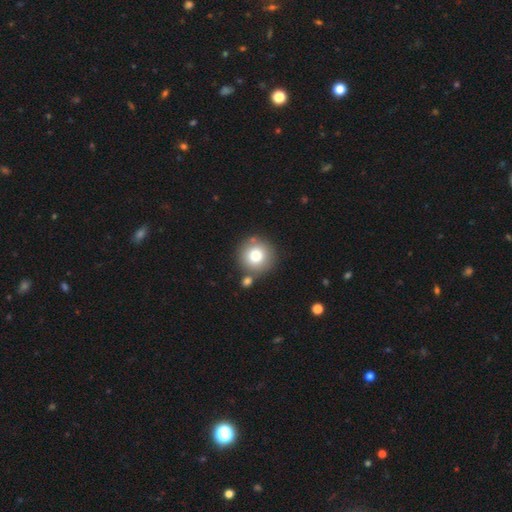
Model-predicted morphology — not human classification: Smooth or featured?
  - smooth: 78% *
  - featured or disk: 12%
  - star or artifact: 10%
How rounded?
  - round: 94% *
  - in between: 5%
  - cigar-shaped: 1%
Merging?
  - none: 76% *
  - merger: 13%
  - minor disturbance: 9%
  - major disturbance: 3%